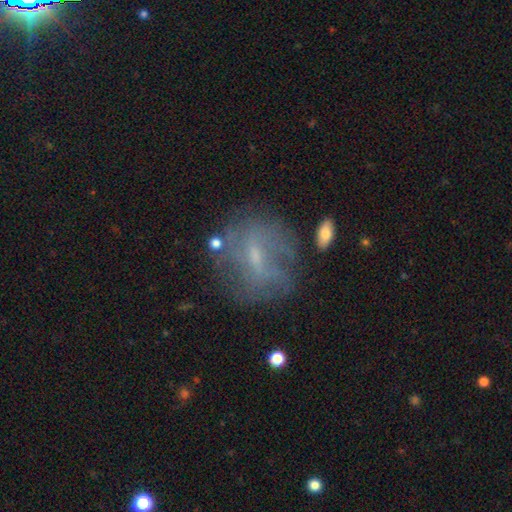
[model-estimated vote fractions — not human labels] The model was most divided on "spiral arms" (2-way tie): no: 50%, yes: 50%. More confident: edge-on disk — no (93%); bulge size — small (67%); merging — none (63%); smooth or featured — featured or disk (56%); bar — weak (51%).